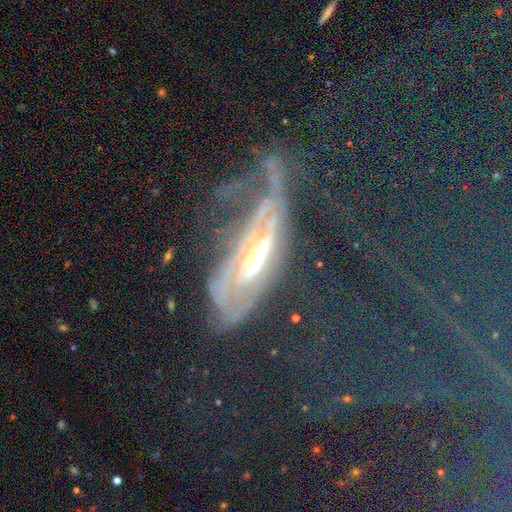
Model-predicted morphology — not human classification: A featured or disk galaxy (54%). Merging: major disturbance (38%).